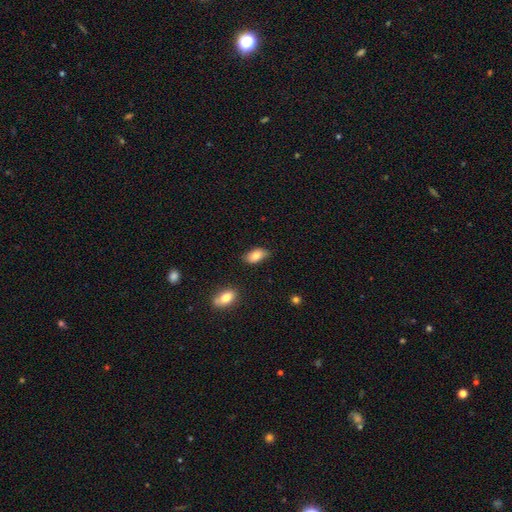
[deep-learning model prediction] The model was most divided on "merging": none: 81%, minor disturbance: 15%, major disturbance: 2%, merger: 2%. More confident: how rounded — in between (92%); smooth or featured — smooth (82%).